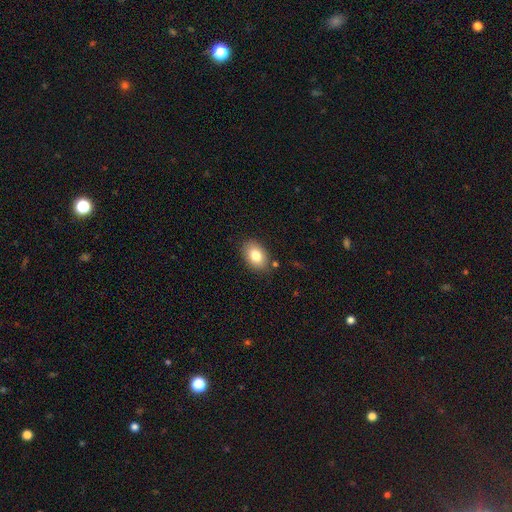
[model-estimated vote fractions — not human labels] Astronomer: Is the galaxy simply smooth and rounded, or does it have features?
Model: smooth — 81%.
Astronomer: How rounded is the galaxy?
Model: in between — 82%.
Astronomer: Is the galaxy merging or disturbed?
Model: none — 83%.